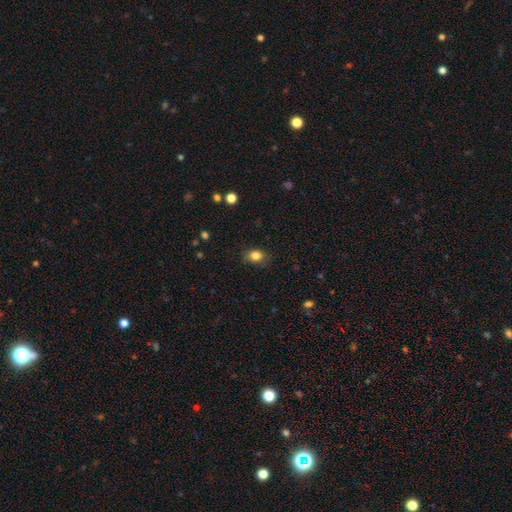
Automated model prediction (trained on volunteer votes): smooth-or-featured: smooth: 83% | star or artifact: 11% | featured or disk: 6%
  how-rounded: in between: 57% | round: 42% | cigar-shaped: 1%
  merging: none: 80% | minor disturbance: 15% | major disturbance: 3% | merger: 1%